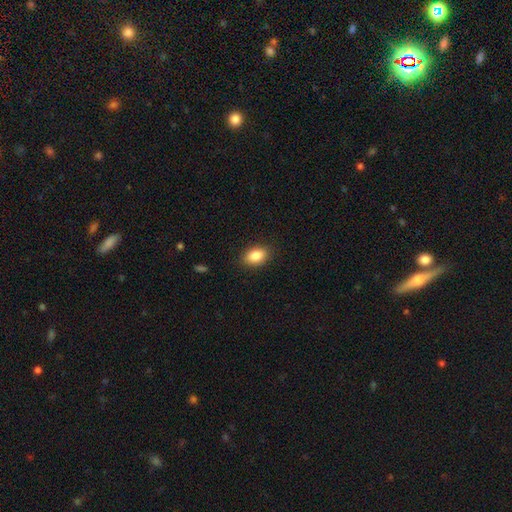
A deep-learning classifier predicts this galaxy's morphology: A smooth galaxy with no disk features (86%) that is in between round and cigar-shaped (84%).

Vote fractions:
- Smooth or featured? smooth: 86% / star or artifact: 8% / featured or disk: 6%
- How rounded? in between: 84% / round: 15% / cigar-shaped: 2%
- Merging? none: 87% / minor disturbance: 9% / major disturbance: 2% / merger: 1%